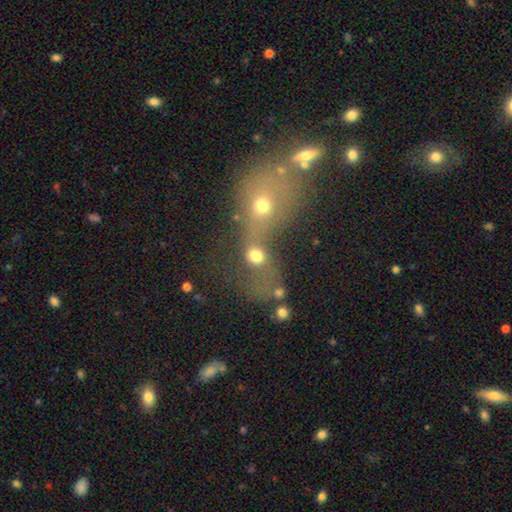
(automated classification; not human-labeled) smooth 64%, featured or disk 19%, star or artifact 17%. Down the decision tree: how rounded — round (63%); merging — merger (71%).